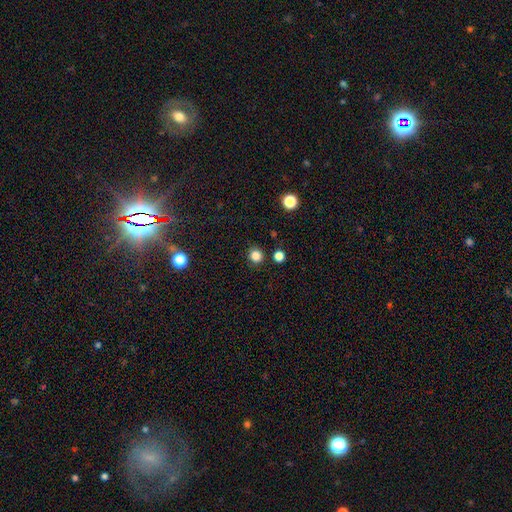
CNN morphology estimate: Smooth or featured: smooth — 83% (star or artifact — 14%)
How rounded: round — 90% (in between — 9%)
Merging: none — 88% (minor disturbance — 6%)